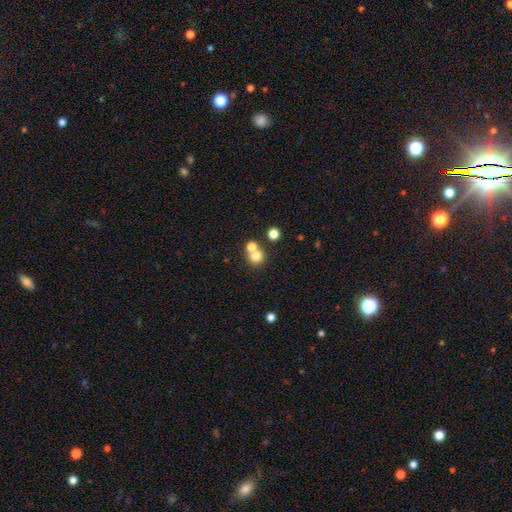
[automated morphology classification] This is likely a smooth galaxy (74%). How rounded: clearly round (86%). Merging: possibly none (50%).